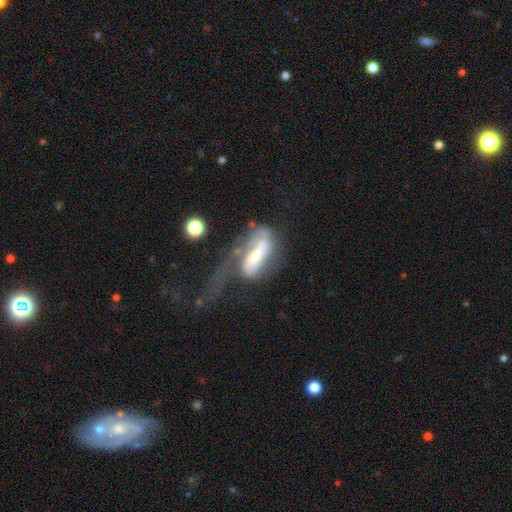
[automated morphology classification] A featured or disk galaxy (52%). Merging: major disturbance (59%).